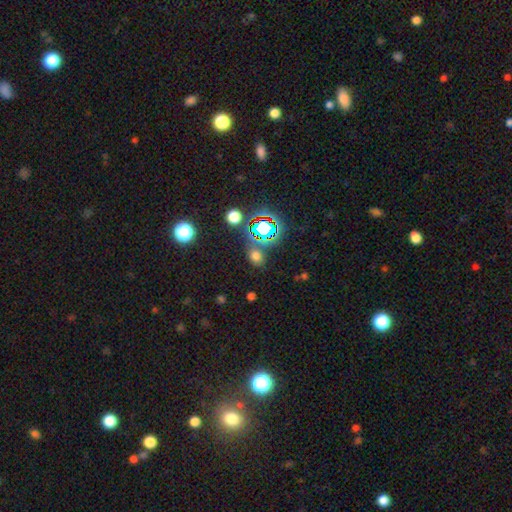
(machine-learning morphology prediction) The model was most divided on "how rounded": round: 59%, in between: 39%, cigar-shaped: 2%. More confident: merging — none (76%); smooth or featured — smooth (59%).